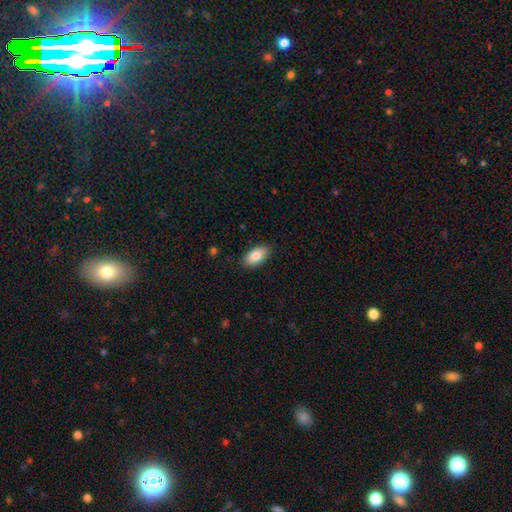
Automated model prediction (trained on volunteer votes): This is clearly a smooth galaxy (84%). How rounded: clearly in between (93%). Merging: clearly none (86%).